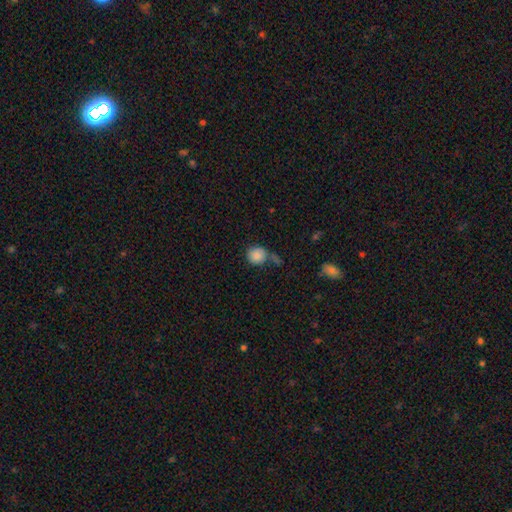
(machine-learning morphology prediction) This is clearly a smooth galaxy (86%). How rounded: clearly round (89%). Merging: possibly none (58%).